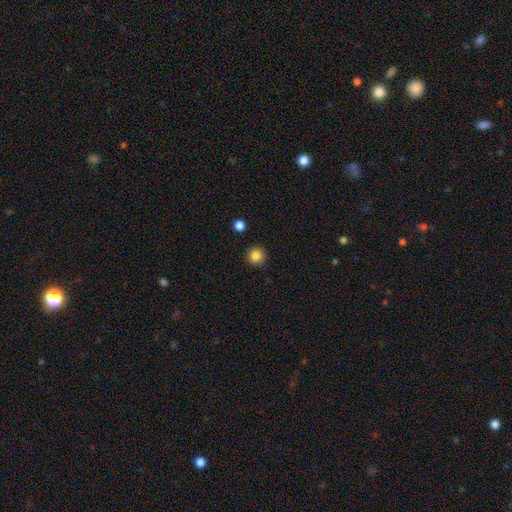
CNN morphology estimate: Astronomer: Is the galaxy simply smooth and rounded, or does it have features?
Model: smooth — 85%.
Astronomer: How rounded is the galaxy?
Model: round — 95%.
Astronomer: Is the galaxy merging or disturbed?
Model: none — 92%.